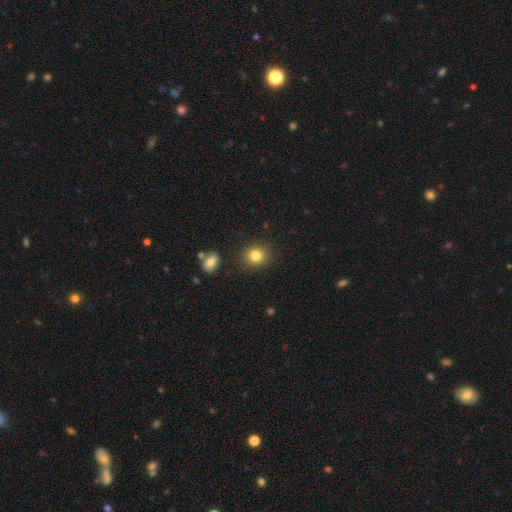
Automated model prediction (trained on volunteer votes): Smooth or featured? smooth (83%)
How rounded? round (77%)
Merging? none (86%)